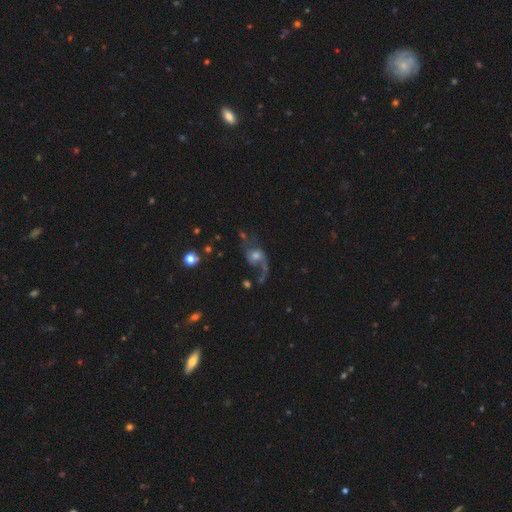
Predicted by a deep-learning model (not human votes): Overall: featured or disk (66%). Edge-on disk: no (96%). Bar: no (68%). Spiral arms: yes (84%). Spiral arm count: 2 (57%; 1 37%). Spiral winding: loose (79%). Bulge size: moderate (48%; small 21%). Merging: major disturbance (40%; none 36%).